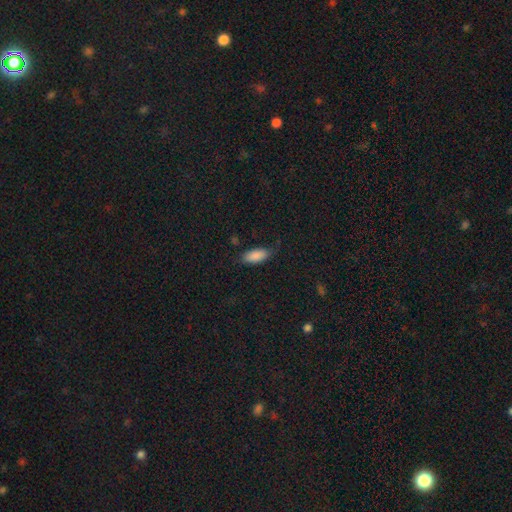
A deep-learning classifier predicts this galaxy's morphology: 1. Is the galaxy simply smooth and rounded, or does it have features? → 88% smooth, 7% star or artifact, 6% featured or disk.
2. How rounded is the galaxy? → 85% in between, 13% cigar-shaped, 2% round.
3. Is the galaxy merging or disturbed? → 75% none, 19% minor disturbance, 4% major disturbance, 2% merger.